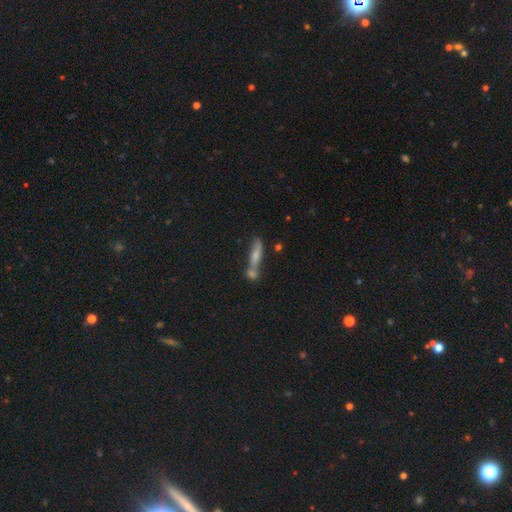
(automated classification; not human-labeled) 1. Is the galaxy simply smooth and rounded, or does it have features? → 63% smooth, 28% featured or disk, 9% star or artifact.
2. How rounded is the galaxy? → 75% cigar-shaped, 22% in between, 3% round.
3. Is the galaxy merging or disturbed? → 42% none, 41% merger, 12% minor disturbance, 5% major disturbance.